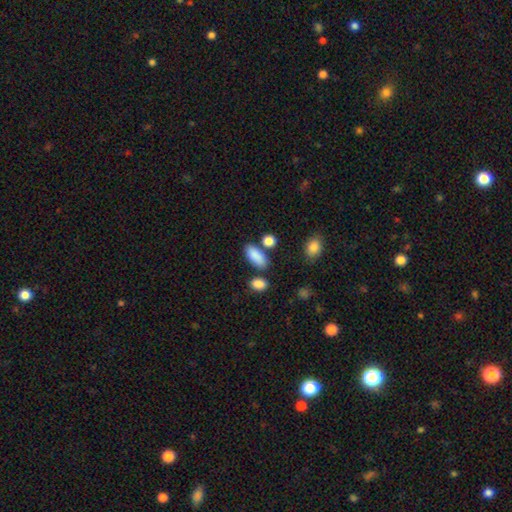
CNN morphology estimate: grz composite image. It shows a smooth galaxy with no disk features (88%) that is in between round and cigar-shaped (88%). Merging: none (76%).